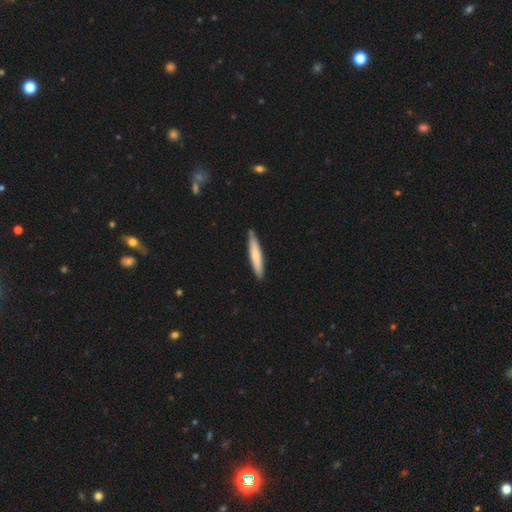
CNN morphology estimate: This is likely a smooth galaxy (72%). How rounded: clearly cigar-shaped (92%). Merging: clearly none (86%).